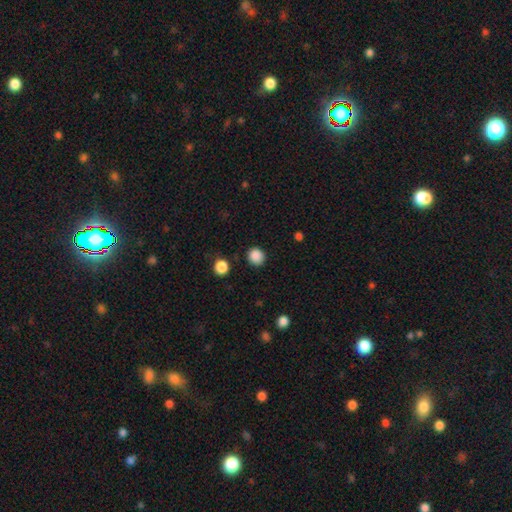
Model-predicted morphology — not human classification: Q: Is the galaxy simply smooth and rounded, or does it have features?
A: smooth — 87%.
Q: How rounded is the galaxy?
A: round — 90%.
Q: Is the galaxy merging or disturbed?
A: none — 88%.